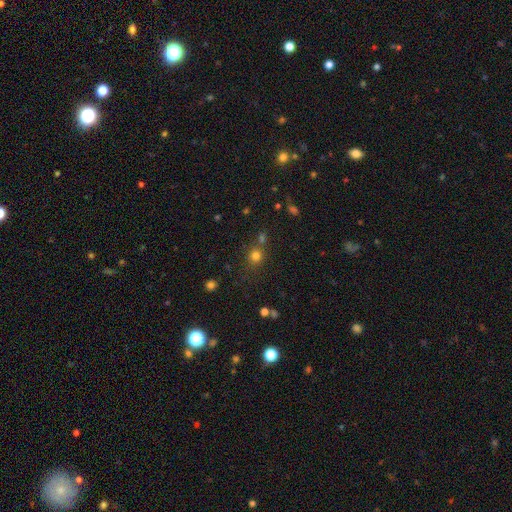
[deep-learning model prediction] Overall: smooth (75%). How rounded: round (87%). Merging: none (72%).